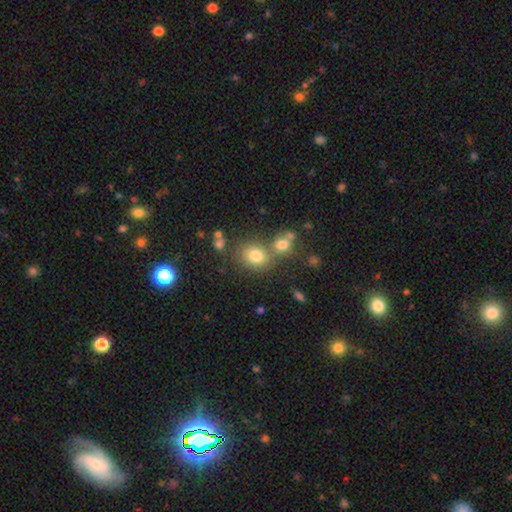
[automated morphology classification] Smooth or featured? Predicted: smooth (p=0.77). How rounded? Predicted: round (p=0.66). Merging? Predicted: none (p=0.58).